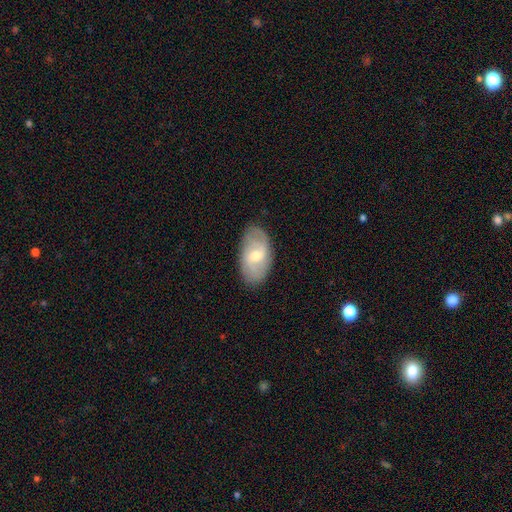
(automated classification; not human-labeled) Overall: featured or disk (62%; smooth 31%). Edge-on disk: no (93%). Bar: weak (50%; no 39%). Spiral arms: yes (82%). Bulge size: moderate (53%; small 42%). Merging: none (83%).